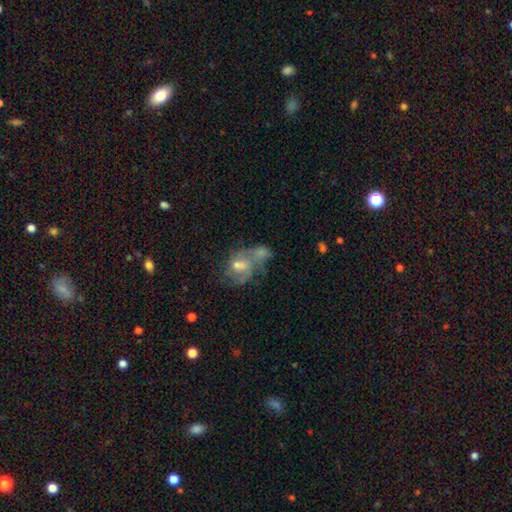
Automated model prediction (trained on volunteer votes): This is likely a featured or disk galaxy (64%). It is clearly not viewed edge-on (96%). Bar: possibly no (50%). Spiral arm pattern: likely yes (75%). Central bulge: possibly moderate (49%). Merging: possibly merger (45%).